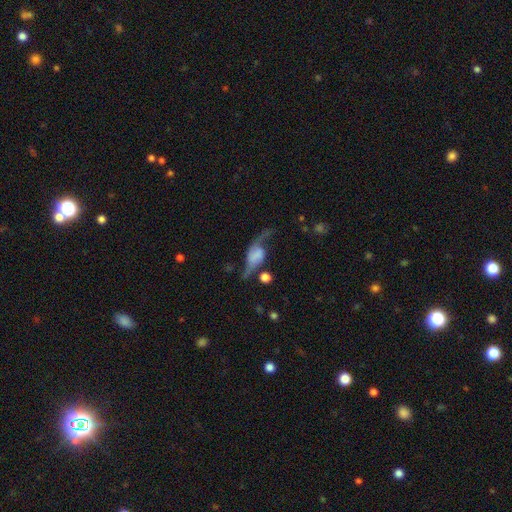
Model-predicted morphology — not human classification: smooth_or_featured: featured or disk (p=0.73) [alt: smooth p=0.19]
disk_edge_on: no (p=0.88) [alt: yes p=0.12]
bar: no (p=0.54) [alt: weak p=0.29]
has_spiral_arms: yes (p=0.86) [alt: no p=0.14]
spiral_winding: loose (p=0.86) [alt: medium p=0.10]
spiral_arm_count: 2 (p=0.89) [alt: 1 p=0.05]
bulge_size: none (p=0.54) [alt: large p=0.13]
merging: none (p=0.45) [alt: major disturbance p=0.26]